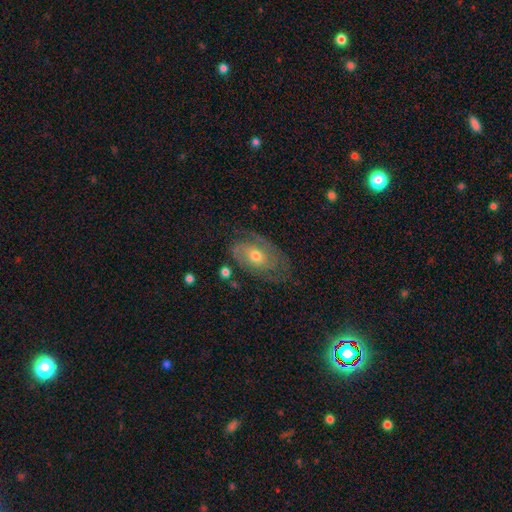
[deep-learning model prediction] Smooth or featured? featured or disk (75%)
Edge-on disk? no (95%)
Bar? no (72%)
Spiral arms? yes (87%)
Spiral winding? tight (53%)
Spiral arm count? 2 (54%)
Bulge size? moderate (63%)
Merging? none (65%)